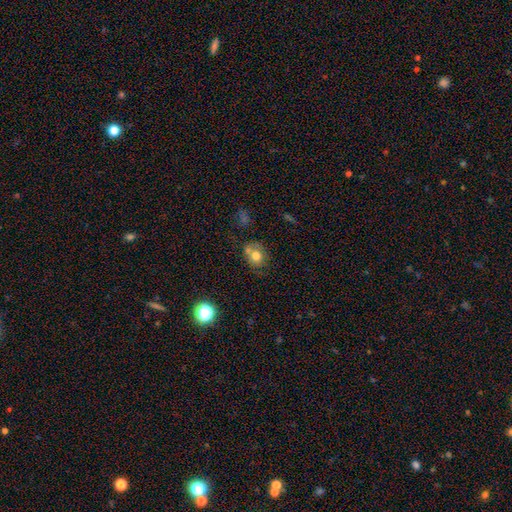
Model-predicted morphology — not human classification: A smooth galaxy with no disk features (73%) that is round (66%). Merging: none (53%).